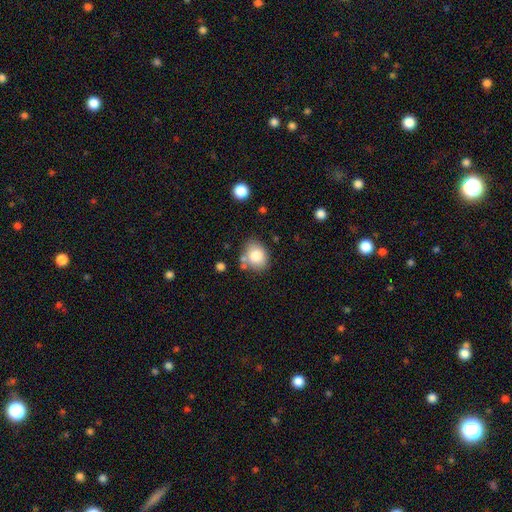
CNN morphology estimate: This is clearly a smooth galaxy (81%). How rounded: possibly in between (50%). Merging: likely none (65%).